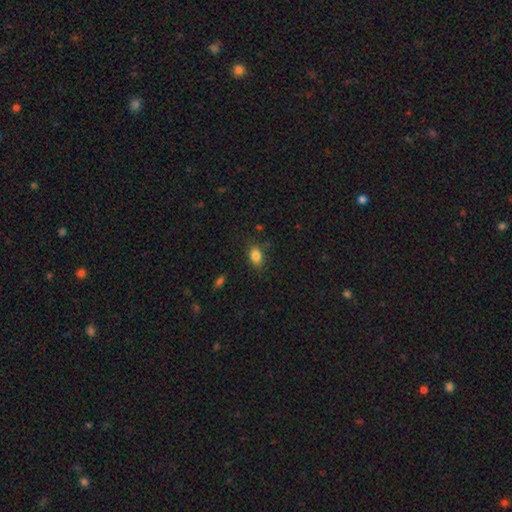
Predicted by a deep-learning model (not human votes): Overall: smooth (85%). How rounded: in between (81%). Merging: none (78%).